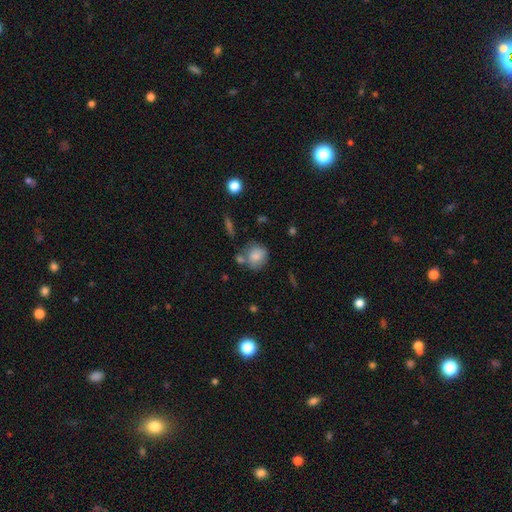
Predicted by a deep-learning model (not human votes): This is likely a smooth galaxy (79%). How rounded: likely round (79%). Merging: possibly none (57%).